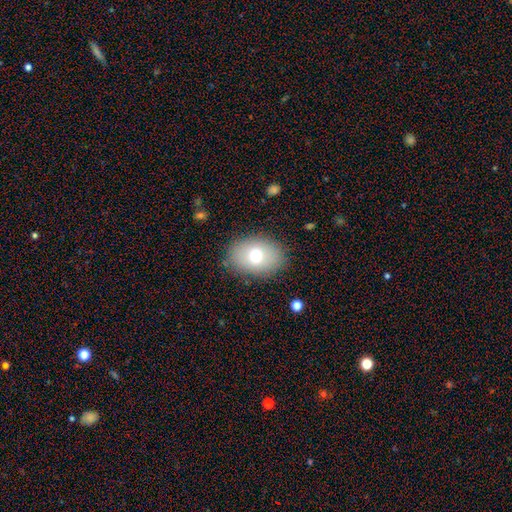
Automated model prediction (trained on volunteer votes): Smooth or featured?
  - smooth: 71% *
  - featured or disk: 18%
  - star or artifact: 11%
How rounded?
  - in between: 74% *
  - round: 25%
  - cigar-shaped: 1%
Merging?
  - none: 84% *
  - minor disturbance: 11%
  - major disturbance: 4%
  - merger: 1%